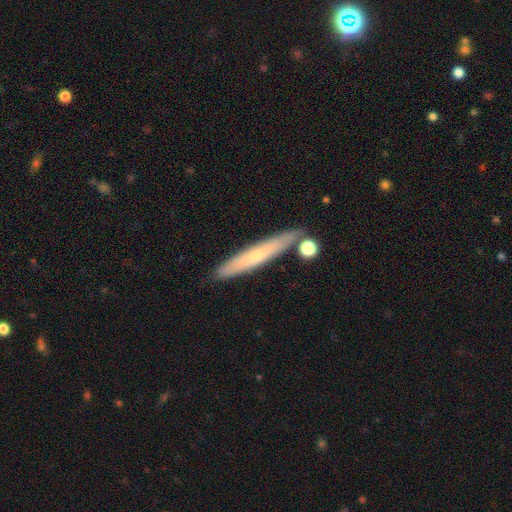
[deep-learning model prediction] Smooth or featured? smooth (56%)
How rounded? cigar-shaped (93%)
Merging? none (80%)